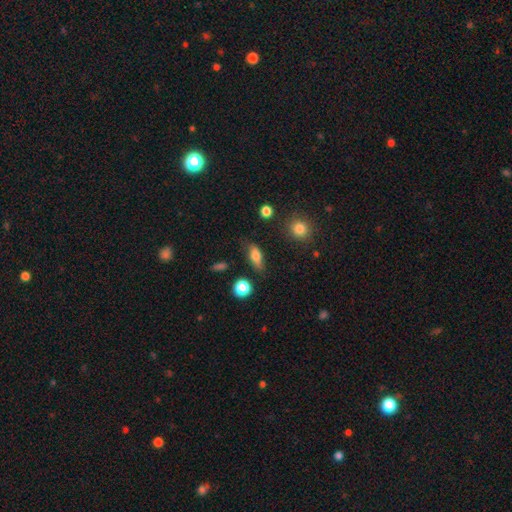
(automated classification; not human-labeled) Smooth or featured? smooth (71%)
How rounded? in between (73%)
Merging? none (74%)